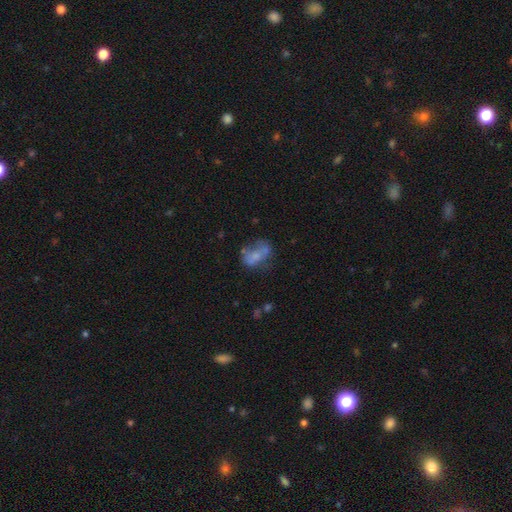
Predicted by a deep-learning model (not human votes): smooth-or-featured: smooth: 50% | featured or disk: 38% | star or artifact: 12%
  merging: none: 37% | merger: 22% | minor disturbance: 21% | major disturbance: 20%